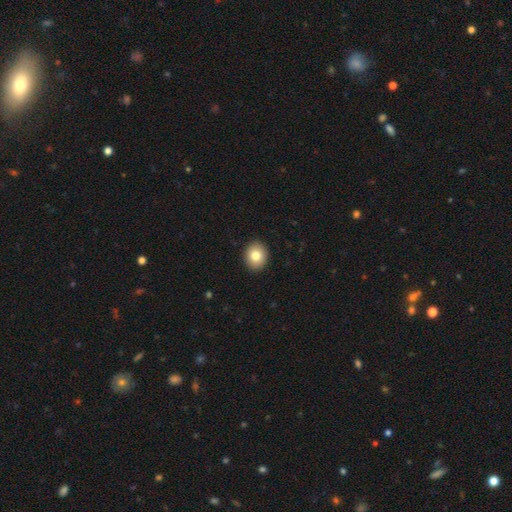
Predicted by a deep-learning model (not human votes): Overall: smooth (81%). How rounded: round (67%; in between 32%). Merging: none (92%).